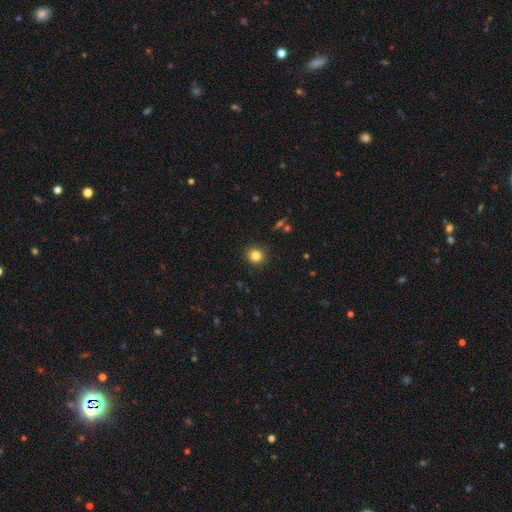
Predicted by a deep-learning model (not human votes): Smooth or featured: smooth — 82% (star or artifact — 12%)
How rounded: round — 90% (in between — 9%)
Merging: none — 91% (minor disturbance — 6%)